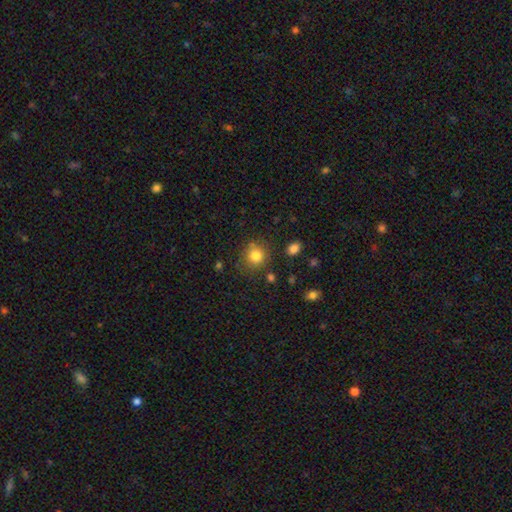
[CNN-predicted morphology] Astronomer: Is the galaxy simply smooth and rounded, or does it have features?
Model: smooth — 82%.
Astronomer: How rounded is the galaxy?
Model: round — 86%.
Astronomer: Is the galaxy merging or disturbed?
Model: none — 77%.